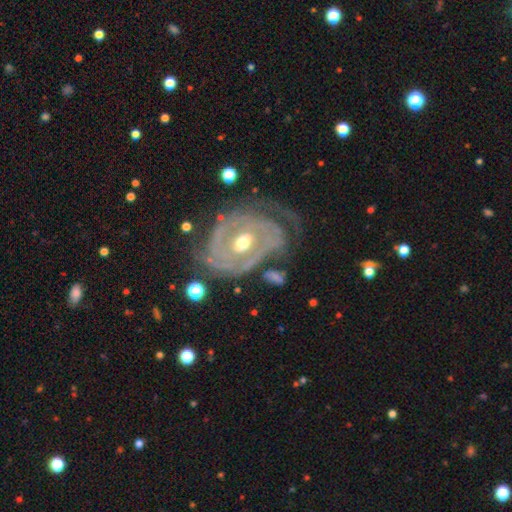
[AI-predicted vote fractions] smooth_or_featured: featured or disk (p=0.84) [alt: star or artifact p=0.08]
disk_edge_on: no (p=0.96) [alt: yes p=0.04]
bar: no (p=0.54) [alt: weak p=0.30]
has_spiral_arms: yes (p=0.88) [alt: no p=0.12]
spiral_winding: tight (p=0.74) [alt: medium p=0.20]
spiral_arm_count: 2 (p=0.39) [alt: can't tell p=0.27]
bulge_size: moderate (p=0.52) [alt: small p=0.44]
merging: none (p=0.71) [alt: minor disturbance p=0.17]